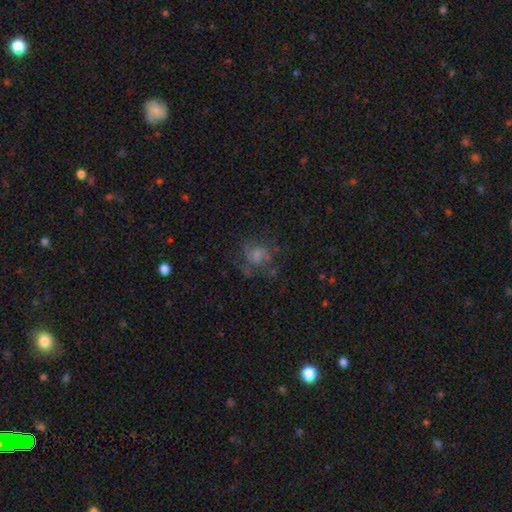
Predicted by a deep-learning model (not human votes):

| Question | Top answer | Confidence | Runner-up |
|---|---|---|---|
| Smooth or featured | featured or disk | 48% | smooth (33%) |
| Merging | none | 59% | minor disturbance (19%) |